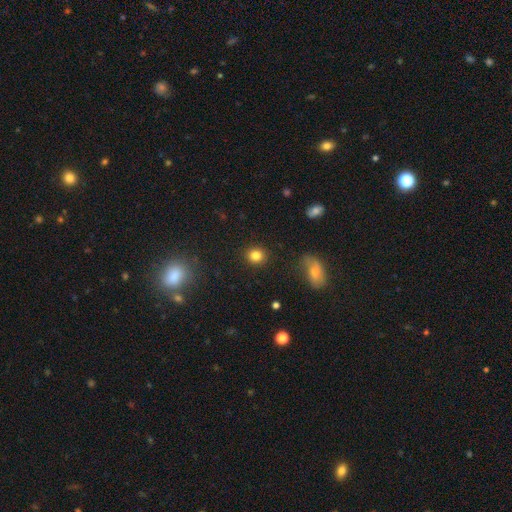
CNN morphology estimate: Smooth or featured? Predicted: smooth (p=0.83). How rounded? Predicted: round (p=0.84). Merging? Predicted: none (p=0.90).